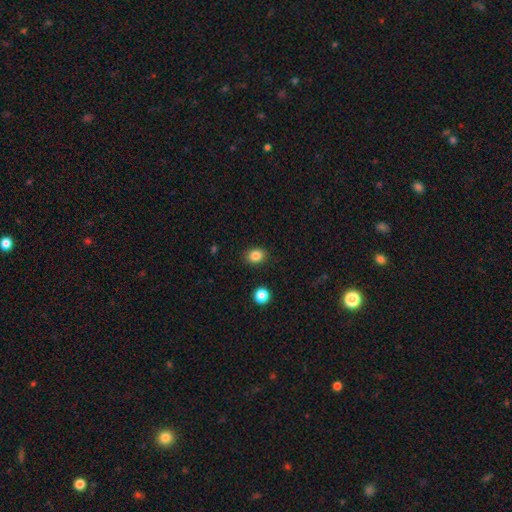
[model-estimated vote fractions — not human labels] A smooth galaxy with no disk features (84%) that is round (52%). Merging: none (88%).